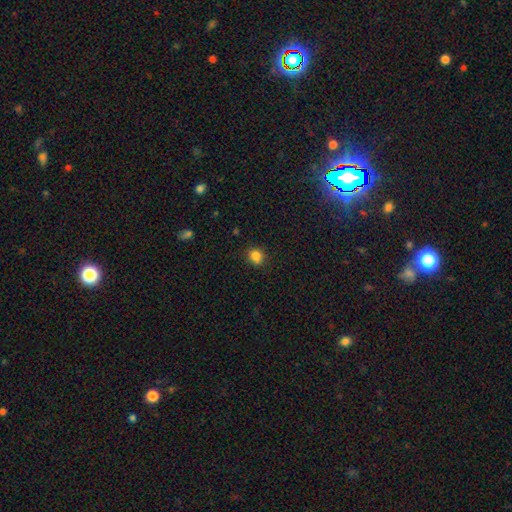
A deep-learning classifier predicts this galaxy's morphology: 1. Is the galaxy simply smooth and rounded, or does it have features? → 84% smooth, 12% star or artifact, 5% featured or disk.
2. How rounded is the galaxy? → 70% round, 29% in between, 1% cigar-shaped.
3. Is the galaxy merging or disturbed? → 83% none, 12% minor disturbance, 3% major disturbance, 1% merger.